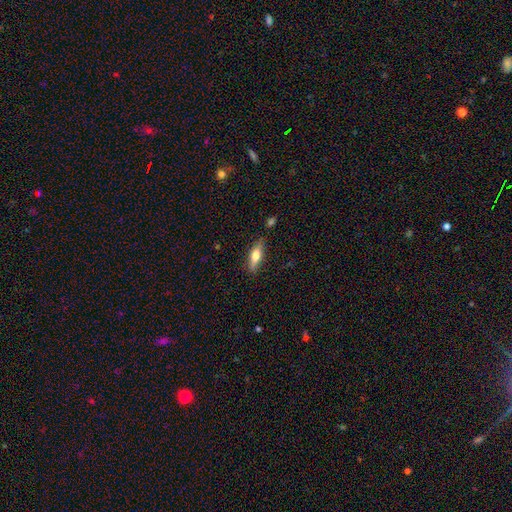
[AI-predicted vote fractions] A smooth galaxy with no disk features (55%) that is cigar-shaped (53%).

Vote fractions:
- Smooth or featured? smooth: 55% / featured or disk: 39% / star or artifact: 7%
- How rounded? cigar-shaped: 53% / in between: 44% / round: 3%
- Merging? none: 82% / minor disturbance: 12% / major disturbance: 3% / merger: 3%